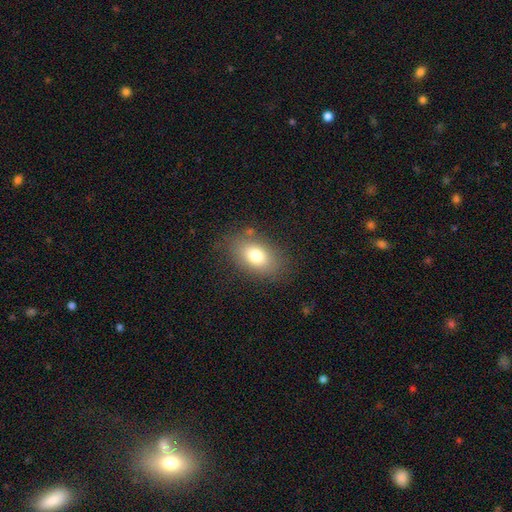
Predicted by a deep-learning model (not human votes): The model was most divided on "smooth or featured": smooth: 76%, featured or disk: 14%, star or artifact: 10%. More confident: how rounded — in between (85%); merging — none (79%).